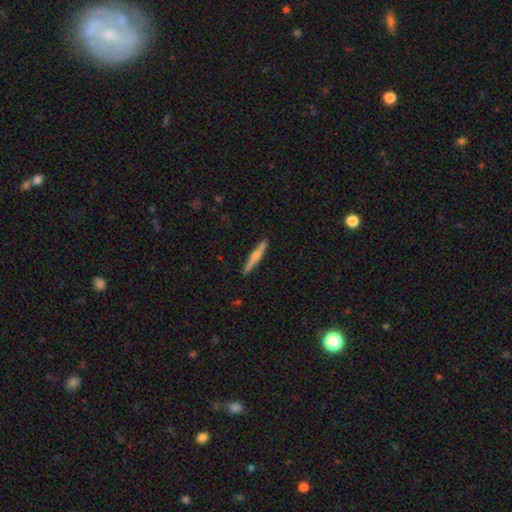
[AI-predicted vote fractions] Smooth or featured? featured or disk (56%)
Edge-on disk? yes (97%)
Edge-on bulge? rounded (85%)
Merging? none (91%)